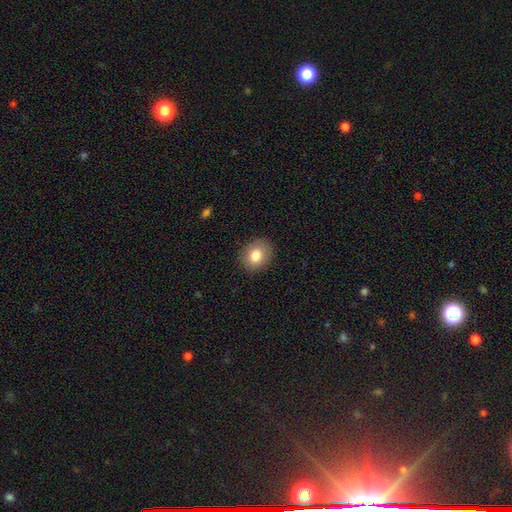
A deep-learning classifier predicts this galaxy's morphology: Q: Smooth or featured?
A: smooth (81%); runner-up: featured or disk (10%)
Q: How rounded?
A: round (58%); runner-up: in between (41%)
Q: Merging?
A: none (88%); runner-up: minor disturbance (9%)